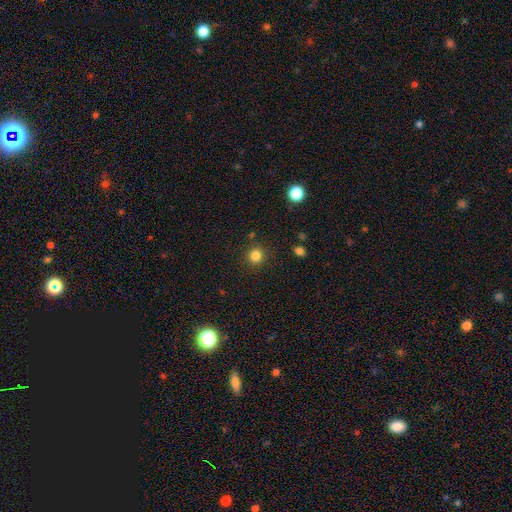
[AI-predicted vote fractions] The model was most divided on "smooth or featured": smooth: 83%, star or artifact: 13%, featured or disk: 5%. More confident: how rounded — round (90%); merging — none (88%).